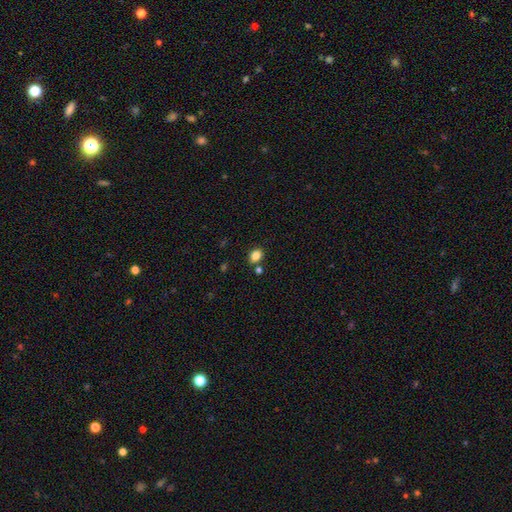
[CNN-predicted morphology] Smooth or featured? smooth (83%)
How rounded? in between (63%)
Merging? none (77%)